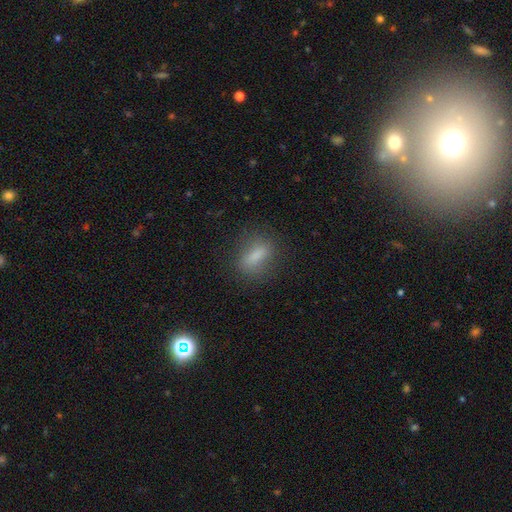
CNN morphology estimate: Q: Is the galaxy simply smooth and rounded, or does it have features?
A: smooth — 76%.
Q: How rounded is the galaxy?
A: in between — 62%.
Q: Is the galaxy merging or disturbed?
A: none — 79%.